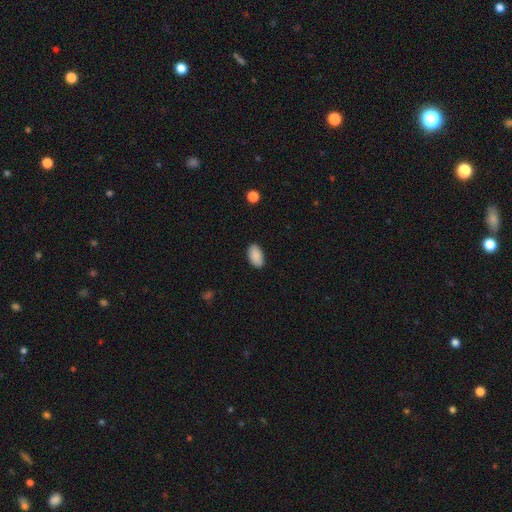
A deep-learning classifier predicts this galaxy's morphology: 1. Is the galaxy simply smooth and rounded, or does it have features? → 90% smooth, 7% star or artifact, 3% featured or disk.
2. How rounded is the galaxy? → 95% in between, 3% round, 2% cigar-shaped.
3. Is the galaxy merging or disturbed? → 87% none, 10% minor disturbance, 2% major disturbance, 1% merger.